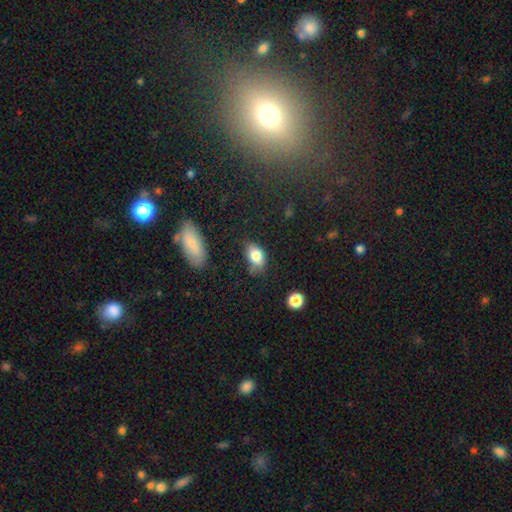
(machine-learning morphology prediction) Smooth or featured?
  - smooth: 80% *
  - featured or disk: 11%
  - star or artifact: 9%
How rounded?
  - in between: 86% *
  - round: 11%
  - cigar-shaped: 2%
Merging?
  - none: 54% *
  - minor disturbance: 33%
  - major disturbance: 9%
  - merger: 4%